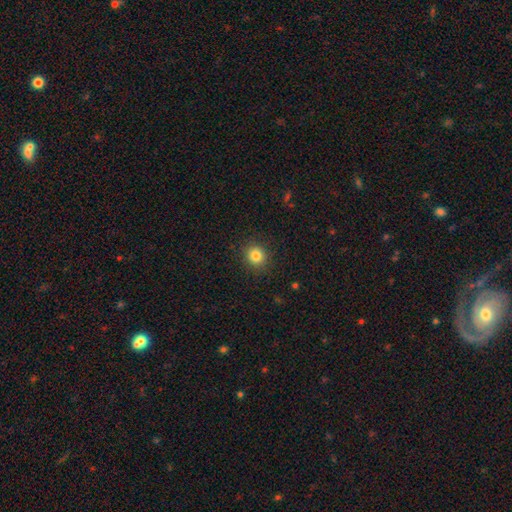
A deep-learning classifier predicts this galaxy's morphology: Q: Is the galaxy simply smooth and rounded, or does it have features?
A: smooth — 83%.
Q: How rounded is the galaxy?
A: round — 87%.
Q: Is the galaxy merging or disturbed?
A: none — 90%.